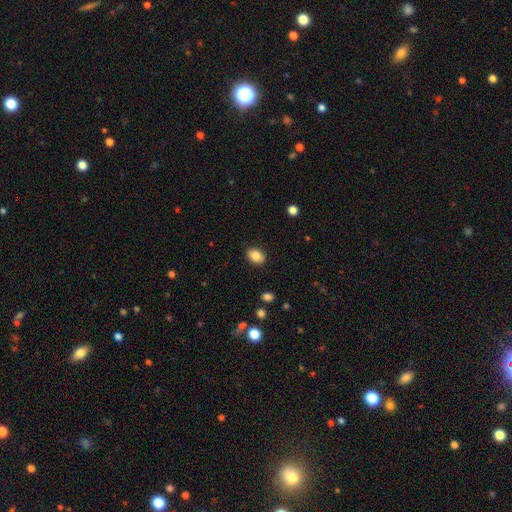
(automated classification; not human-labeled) The model was most divided on "how rounded": in between: 73%, round: 26%, cigar-shaped: 1%. More confident: merging — none (88%); smooth or featured — smooth (85%).